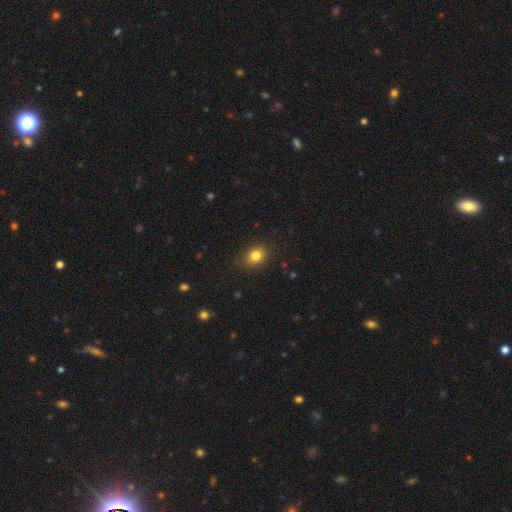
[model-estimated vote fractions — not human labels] This appears to be a smooth galaxy with no disk features (82%) that is in between round and cigar-shaped (63%). Merging: none (84%).